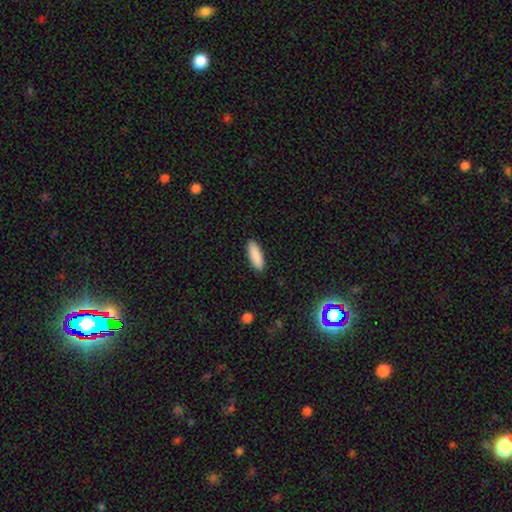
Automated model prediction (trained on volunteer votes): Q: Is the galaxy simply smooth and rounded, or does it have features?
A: smooth — 89%.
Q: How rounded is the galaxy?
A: in between — 56%.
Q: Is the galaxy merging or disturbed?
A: none — 90%.